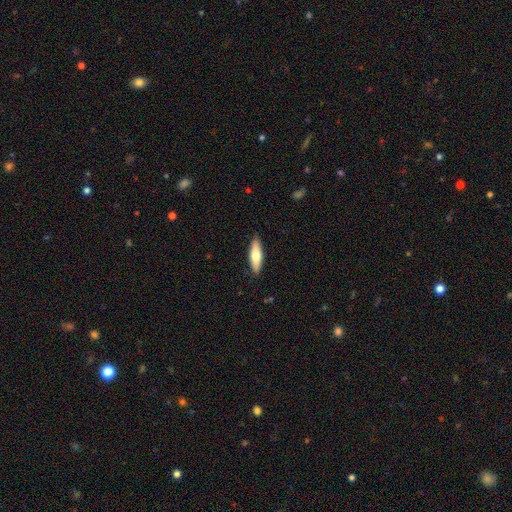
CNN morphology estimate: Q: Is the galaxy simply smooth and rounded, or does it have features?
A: smooth — 68%.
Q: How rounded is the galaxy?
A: cigar-shaped — 58%.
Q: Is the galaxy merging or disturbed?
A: none — 89%.